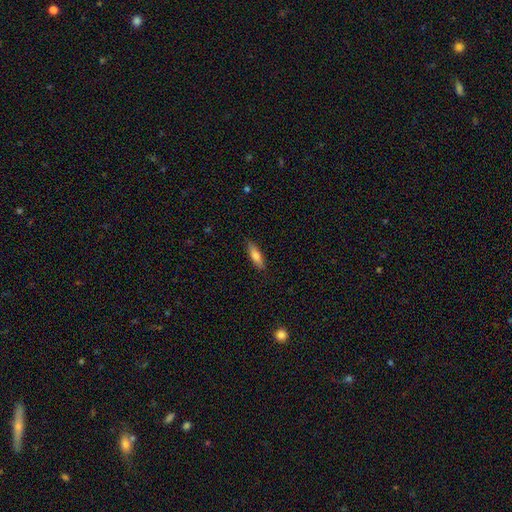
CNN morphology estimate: type=smooth (76%); roundness=cigar-shaped (55%); merging=none (87%).